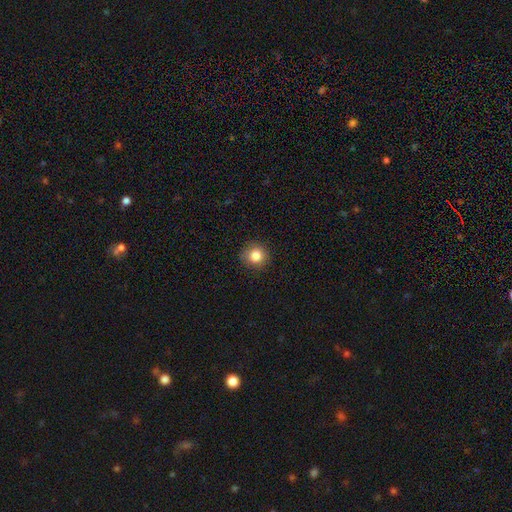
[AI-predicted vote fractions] This is clearly a smooth galaxy (83%). How rounded: clearly round (90%). Merging: clearly none (90%).